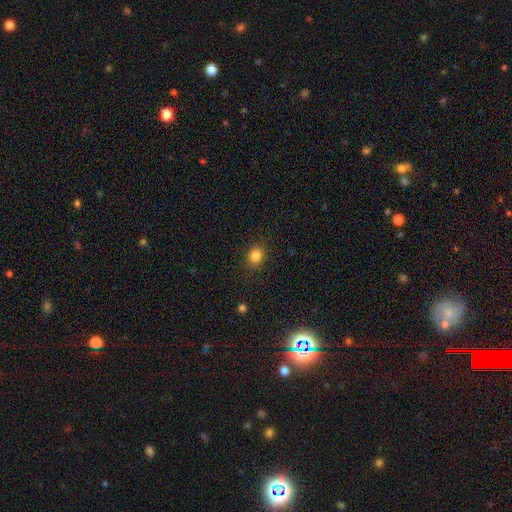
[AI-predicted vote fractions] A smooth galaxy with no disk features (83%) that is round (65%).

Vote fractions:
- Smooth or featured? smooth: 83% / star or artifact: 12% / featured or disk: 5%
- How rounded? round: 65% / in between: 34% / cigar-shaped: 1%
- Merging? none: 88% / minor disturbance: 8% / major disturbance: 2% / merger: 1%